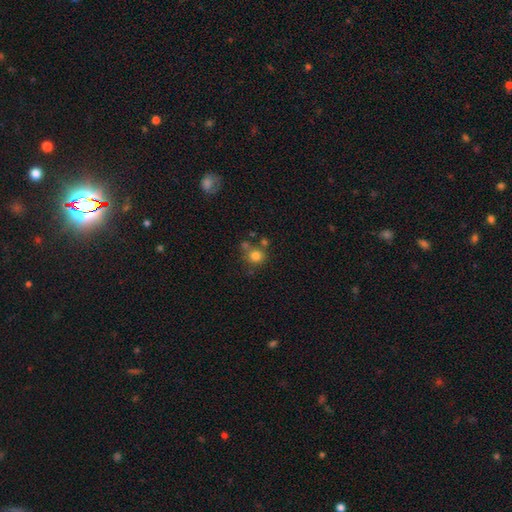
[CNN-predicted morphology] A smooth galaxy with no disk features (78%) that is round (88%). Merging: none (64%).